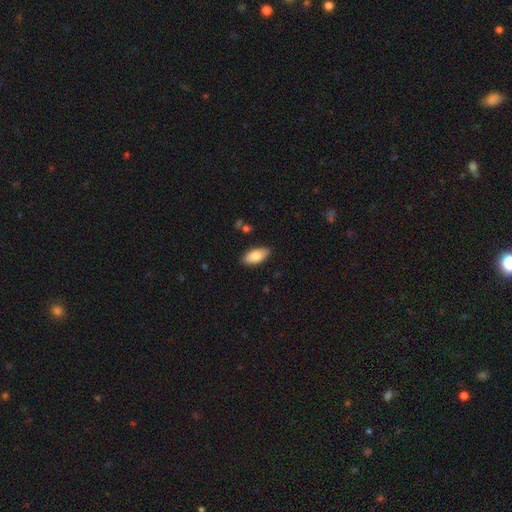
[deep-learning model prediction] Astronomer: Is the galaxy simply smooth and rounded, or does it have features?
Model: smooth — 80%.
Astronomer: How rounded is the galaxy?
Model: in between — 90%.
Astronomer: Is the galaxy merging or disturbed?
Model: none — 88%.